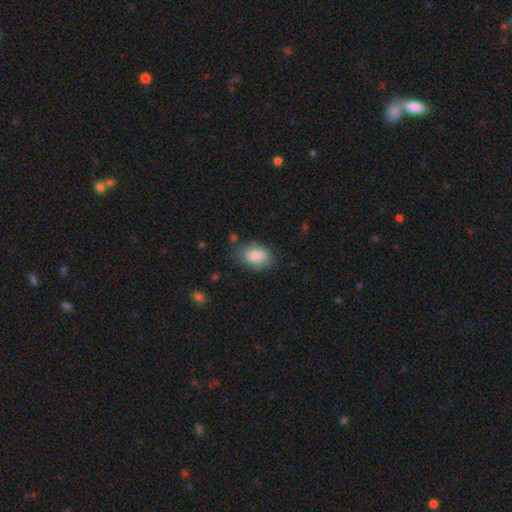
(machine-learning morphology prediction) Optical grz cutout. It shows a smooth galaxy with no disk features (85%) that is in between round and cigar-shaped (85%). Merging: none (74%).